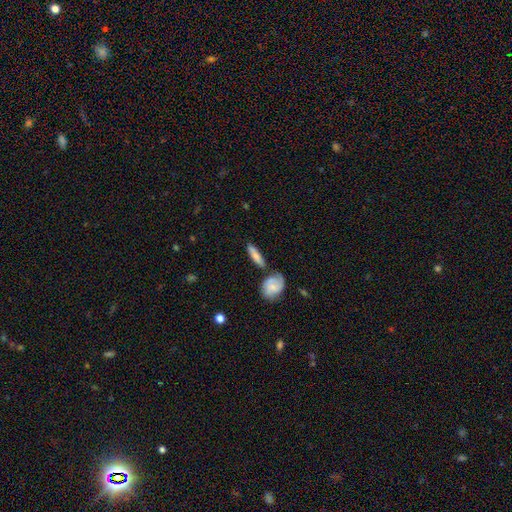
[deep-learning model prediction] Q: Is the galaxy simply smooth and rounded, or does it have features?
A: smooth — 65%.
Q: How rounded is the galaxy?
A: cigar-shaped — 68%.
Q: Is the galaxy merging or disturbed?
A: none — 68%.